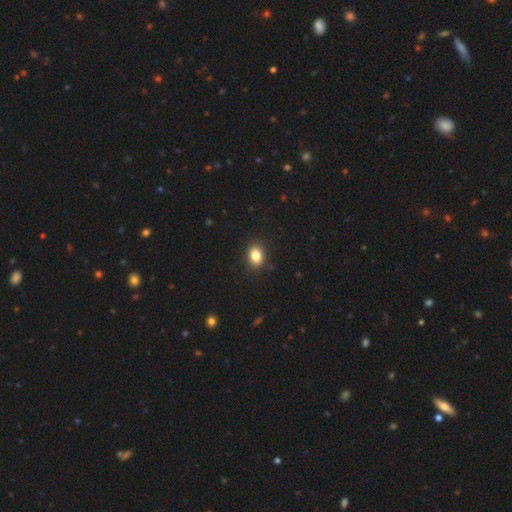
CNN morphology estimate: Smooth or featured: smooth — 84% (star or artifact — 10%)
How rounded: in between — 66% (round — 33%)
Merging: none — 89% (minor disturbance — 8%)